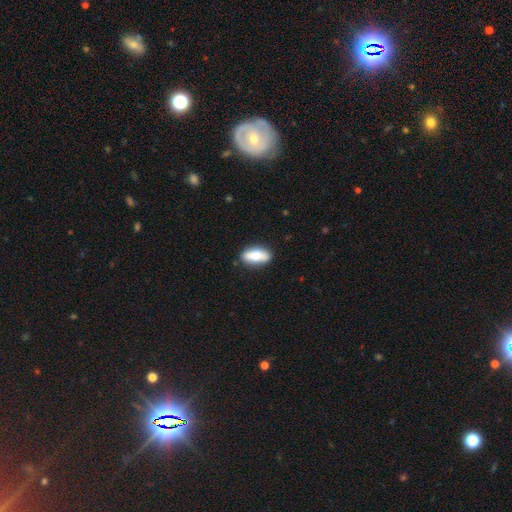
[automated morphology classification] smooth-or-featured: smooth: 74% | featured or disk: 19% | star or artifact: 6%
  how-rounded: in between: 82% | cigar-shaped: 14% | round: 3%
  merging: none: 83% | minor disturbance: 13% | major disturbance: 3% | merger: 2%